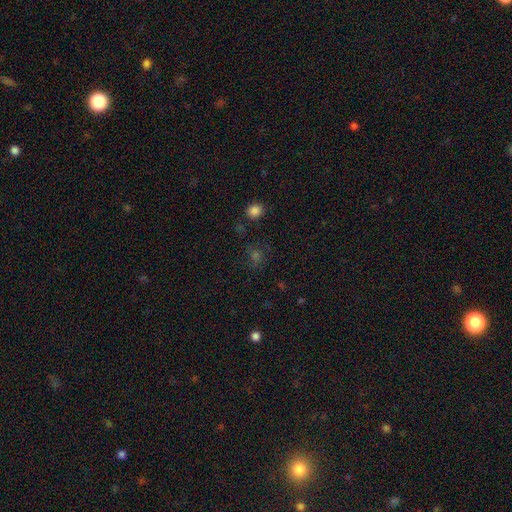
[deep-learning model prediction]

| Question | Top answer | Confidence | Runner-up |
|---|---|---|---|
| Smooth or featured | smooth | 44% | star or artifact (42%) |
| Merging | none | 71% | minor disturbance (15%) |